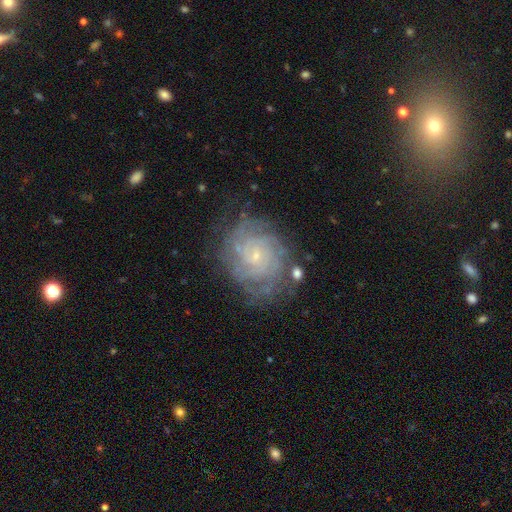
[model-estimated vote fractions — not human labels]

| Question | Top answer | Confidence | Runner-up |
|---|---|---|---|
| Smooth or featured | featured or disk | 83% | smooth (9%) |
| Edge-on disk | no | 98% | yes (2%) |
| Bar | no | 77% | weak (20%) |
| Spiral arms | yes | 95% | no (5%) |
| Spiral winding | tight | 76% | medium (19%) |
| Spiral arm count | can't tell | 36% | 4 (21%) |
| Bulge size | small | 84% | moderate (11%) |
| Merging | none | 73% | minor disturbance (16%) |